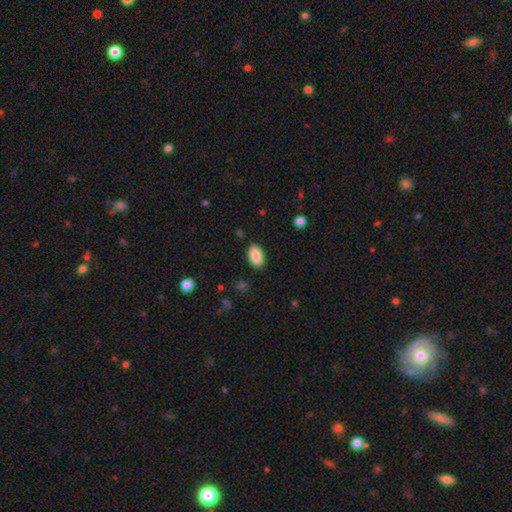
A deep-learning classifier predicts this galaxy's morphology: Smooth or featured?
  - smooth: 89% *
  - star or artifact: 7%
  - featured or disk: 4%
How rounded?
  - in between: 94% *
  - round: 4%
  - cigar-shaped: 2%
Merging?
  - none: 87% *
  - minor disturbance: 9%
  - major disturbance: 2%
  - merger: 1%